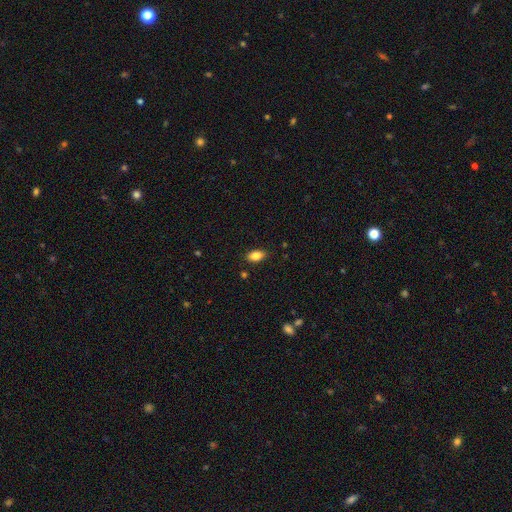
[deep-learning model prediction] Morphology: type=smooth (86%); roundness=in between (91%); merging=none (86%).